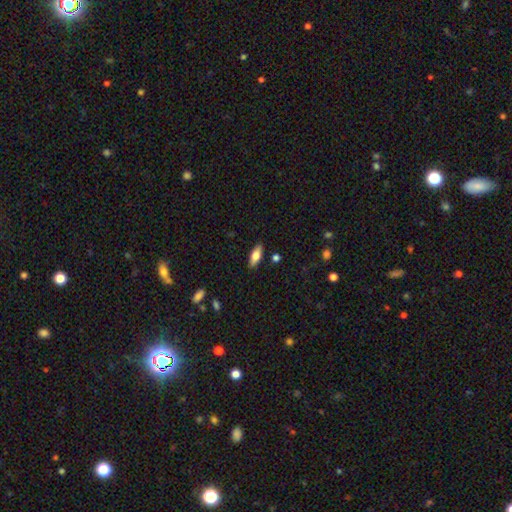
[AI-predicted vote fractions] This is likely a smooth galaxy (72%). How rounded: likely in between (78%). Merging: clearly none (87%).